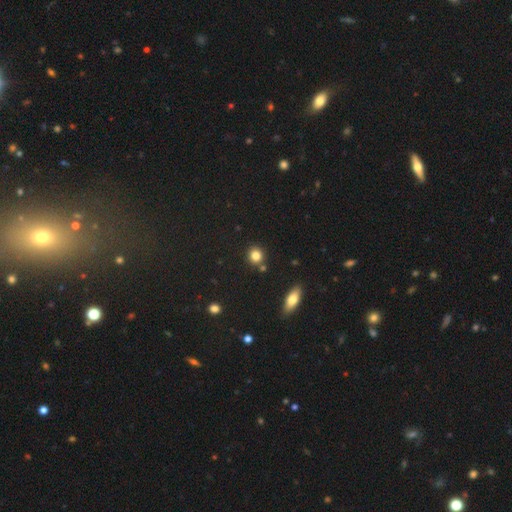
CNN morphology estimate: A smooth galaxy with no disk features (82%) that is round (85%).

Vote fractions:
- Smooth or featured? smooth: 82% / star or artifact: 12% / featured or disk: 6%
- How rounded? round: 85% / in between: 14% / cigar-shaped: 1%
- Merging? none: 81% / merger: 9% / minor disturbance: 8% / major disturbance: 2%